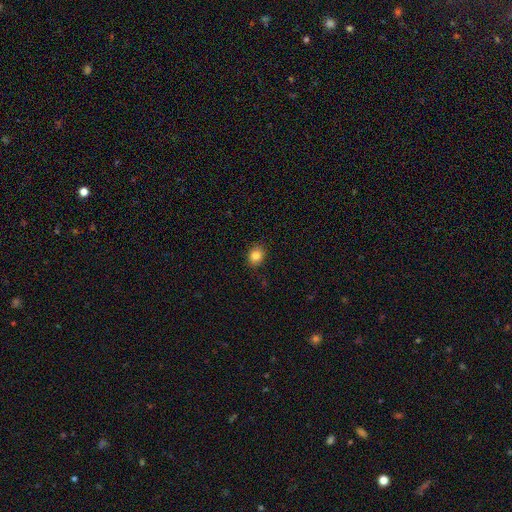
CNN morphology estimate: A smooth galaxy with no disk features (84%) that is round (66%).

Vote fractions:
- Smooth or featured? smooth: 84% / star or artifact: 10% / featured or disk: 6%
- How rounded? round: 66% / in between: 33% / cigar-shaped: 1%
- Merging? none: 88% / minor disturbance: 9% / major disturbance: 2% / merger: 1%